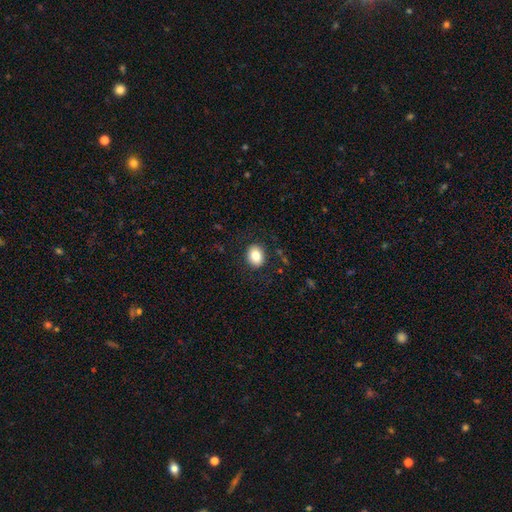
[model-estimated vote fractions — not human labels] smooth-or-featured: smooth: 84% | star or artifact: 9% | featured or disk: 7%
  how-rounded: in between: 52% | round: 47% | cigar-shaped: 1%
  merging: none: 88% | minor disturbance: 8% | major disturbance: 3% | merger: 1%